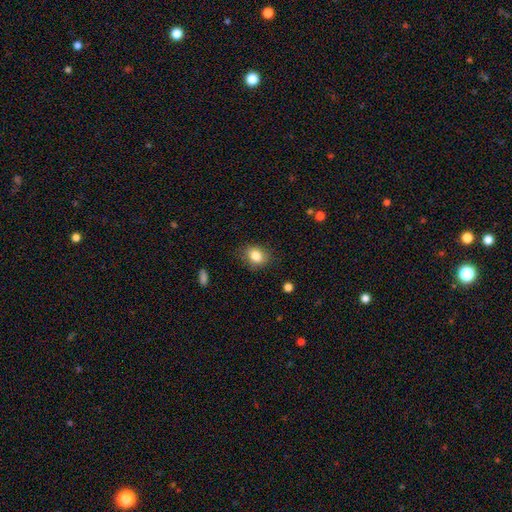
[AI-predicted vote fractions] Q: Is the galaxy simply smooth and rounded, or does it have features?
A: smooth — 83%.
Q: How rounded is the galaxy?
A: in between — 55%.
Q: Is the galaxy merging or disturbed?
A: none — 79%.